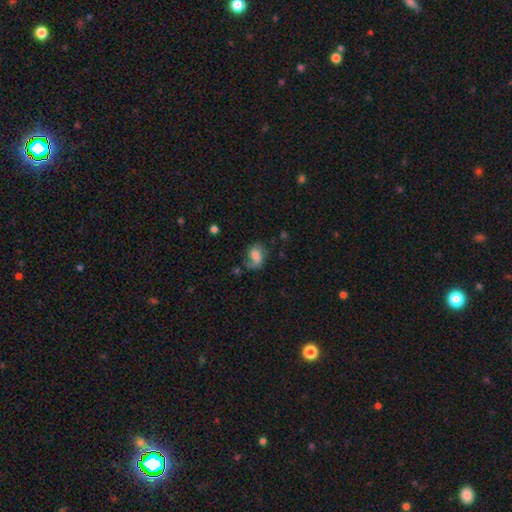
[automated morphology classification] smooth-or-featured: smooth: 49% | featured or disk: 40% | star or artifact: 10%
  merging: none: 46% | minor disturbance: 25% | major disturbance: 24% | merger: 5%